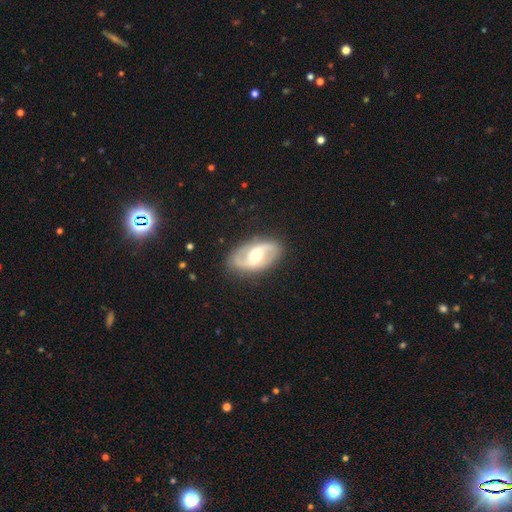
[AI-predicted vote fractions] Smooth or featured: featured or disk — 83% (smooth — 13%)
Edge-on disk: no — 96% (yes — 4%)
Bar: weak — 46% (strong — 28%)
Spiral arms: yes — 91% (no — 9%)
Spiral winding: medium — 47% (loose — 35%)
Spiral arm count: 2 — 92% (can't tell — 3%)
Bulge size: moderate — 68% (small — 17%)
Merging: none — 86% (minor disturbance — 10%)